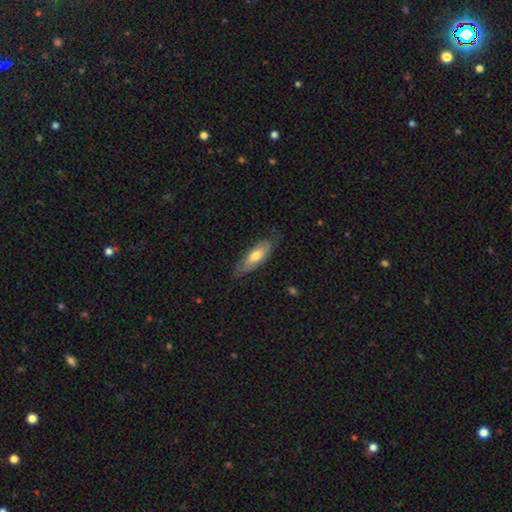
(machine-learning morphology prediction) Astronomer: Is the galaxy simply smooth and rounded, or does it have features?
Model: smooth — 62%.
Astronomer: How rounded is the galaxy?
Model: in between — 60% (runner-up: cigar-shaped, 38%).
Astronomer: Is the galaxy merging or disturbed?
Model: none — 72%.